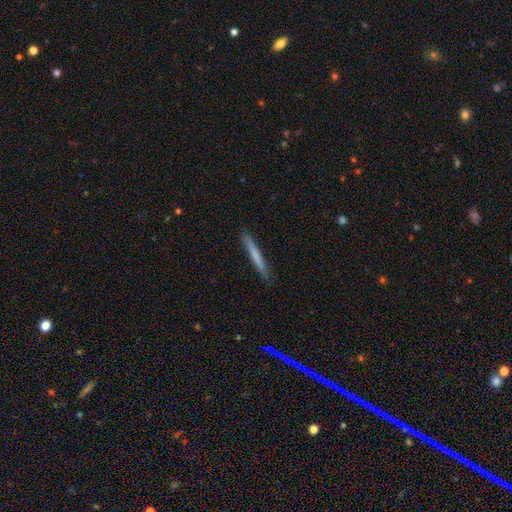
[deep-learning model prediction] A smooth galaxy with no disk features (66%) that is cigar-shaped (97%). Merging: none (90%).